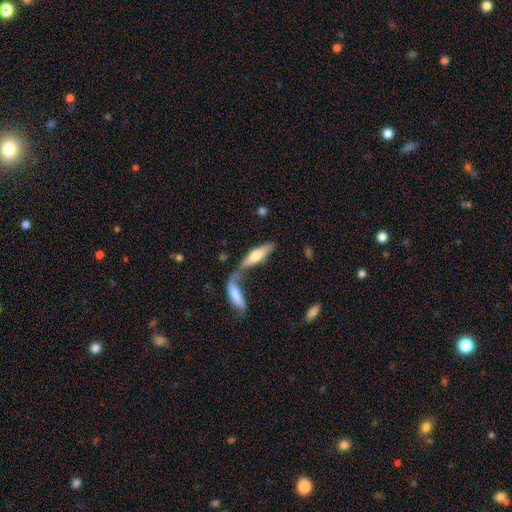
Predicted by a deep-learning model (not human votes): smooth_or_featured: smooth (p=0.56) [alt: featured or disk p=0.38]
how_rounded: cigar-shaped (p=0.55) [alt: in between p=0.42]
merging: merger (p=0.60) [alt: none p=0.24]